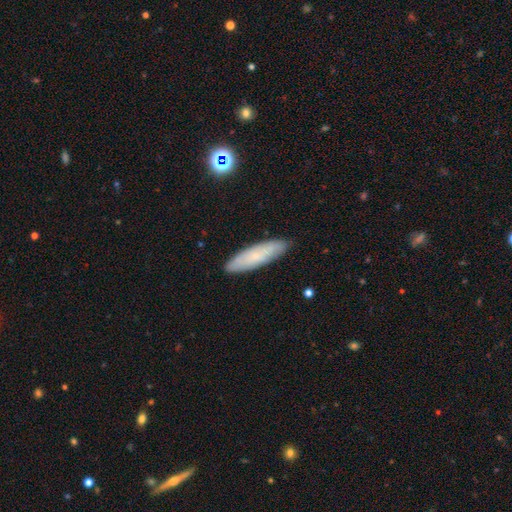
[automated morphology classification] smooth 61%, featured or disk 31%, star or artifact 8%. Down the decision tree: how rounded — cigar-shaped (69%); merging — none (88%).